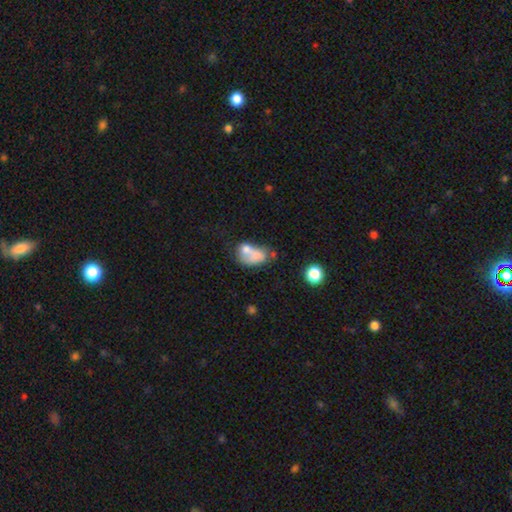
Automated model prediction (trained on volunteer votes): Smooth or featured?
  - smooth: 64% *
  - featured or disk: 26%
  - star or artifact: 10%
How rounded?
  - in between: 80% *
  - round: 18%
  - cigar-shaped: 2%
Merging?
  - merger: 50% *
  - none: 19%
  - major disturbance: 16%
  - minor disturbance: 15%